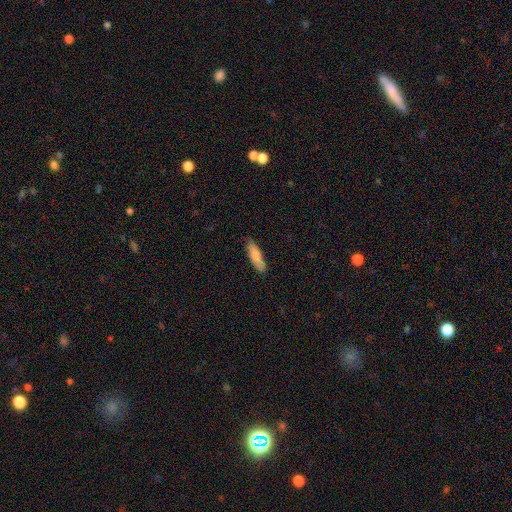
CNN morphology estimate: smooth-or-featured: smooth: 81% | featured or disk: 14% | star or artifact: 5%
  how-rounded: cigar-shaped: 64% | in between: 34% | round: 2%
  merging: none: 85% | minor disturbance: 12% | major disturbance: 2% | merger: 1%